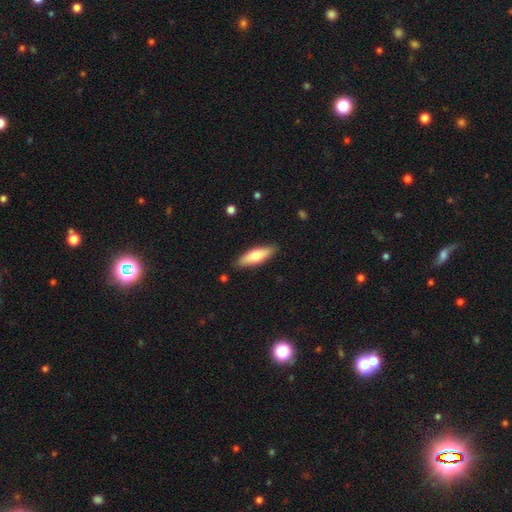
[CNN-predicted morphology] Smooth or featured? Predicted: smooth (p=0.64). How rounded? Predicted: cigar-shaped (p=0.51). Merging? Predicted: none (p=0.87).